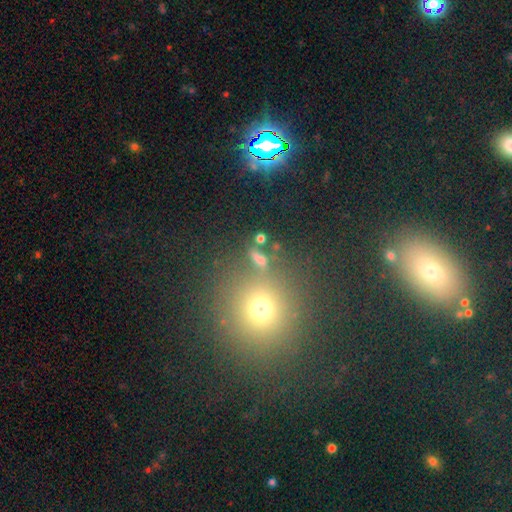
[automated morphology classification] type=smooth (52%); roundness=round (85%); merging=none (79%).